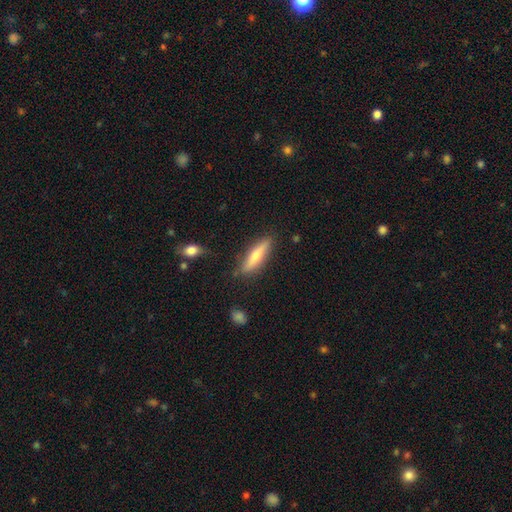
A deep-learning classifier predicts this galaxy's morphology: Smooth or featured? Predicted: smooth (p=0.51). How rounded? Predicted: cigar-shaped (p=0.78). Merging? Predicted: none (p=0.84).